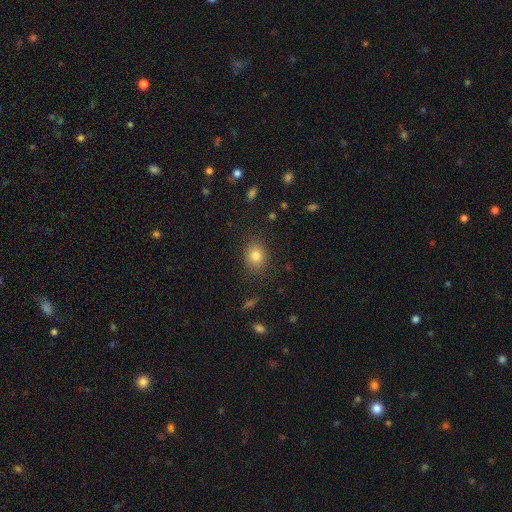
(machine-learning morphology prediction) Smooth or featured? smooth (81%)
How rounded? round (50%)
Merging? none (85%)